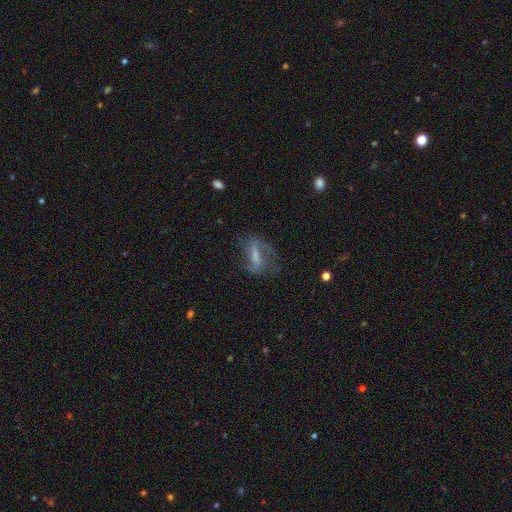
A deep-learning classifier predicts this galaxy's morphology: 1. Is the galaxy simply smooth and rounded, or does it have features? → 53% featured or disk, 36% smooth, 11% star or artifact.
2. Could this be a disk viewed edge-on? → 86% no, 14% yes.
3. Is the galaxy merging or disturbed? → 49% none, 25% major disturbance, 23% minor disturbance, 2% merger.